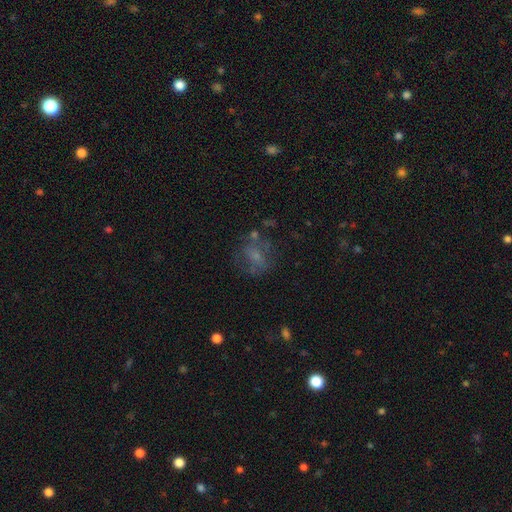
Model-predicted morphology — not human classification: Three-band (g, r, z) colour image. It shows a smooth galaxy with no disk features (46%). Merging: none (52%).